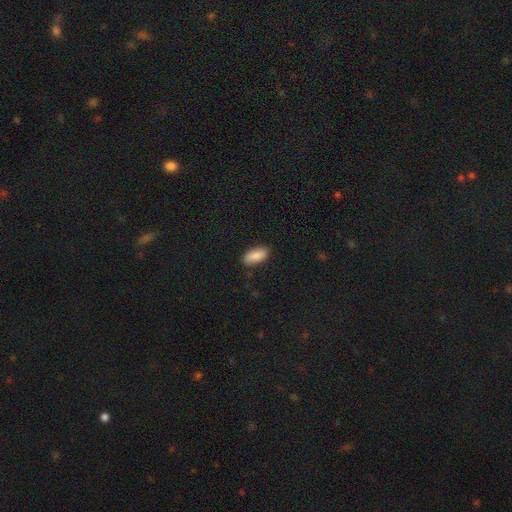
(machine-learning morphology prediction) smooth-or-featured: smooth: 88% | star or artifact: 6% | featured or disk: 5%
  how-rounded: in between: 86% | cigar-shaped: 12% | round: 2%
  merging: none: 85% | minor disturbance: 11% | major disturbance: 2% | merger: 1%